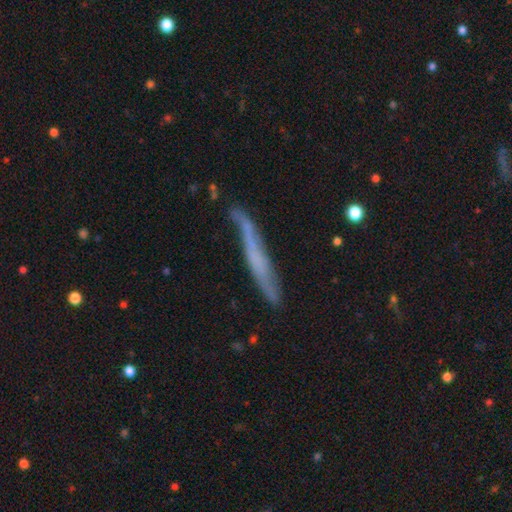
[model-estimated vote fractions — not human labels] A featured or disk galaxy (53%) viewed edge-on (84%).

Vote fractions:
- Smooth or featured? featured or disk: 53% / smooth: 39% / star or artifact: 9%
- Edge-on disk? yes: 84% / no: 16%
- Merging? none: 66% / minor disturbance: 25% / major disturbance: 6% / merger: 3%